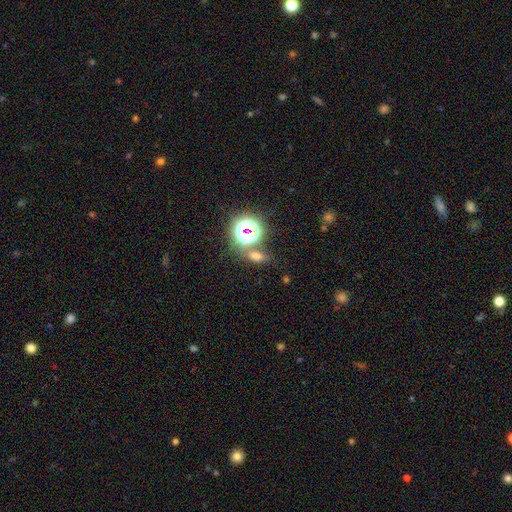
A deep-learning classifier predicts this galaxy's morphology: Q: Smooth or featured?
A: smooth (57%); runner-up: star or artifact (33%)
Q: How rounded?
A: in between (60%); runner-up: round (33%)
Q: Merging?
A: none (69%); runner-up: merger (16%)